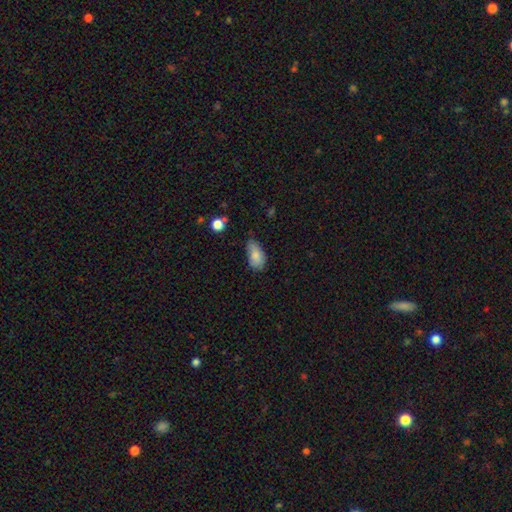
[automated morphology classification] The model was most divided on "merging": none: 51%, minor disturbance: 38%, major disturbance: 8%, merger: 3%. More confident: how rounded — in between (91%); smooth or featured — smooth (82%).